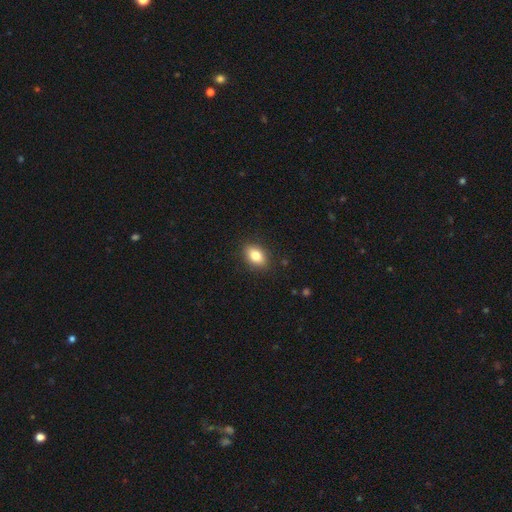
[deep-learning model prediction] This appears to be a smooth galaxy with no disk features (81%) that is in between round and cigar-shaped (82%). Merging: none (88%).